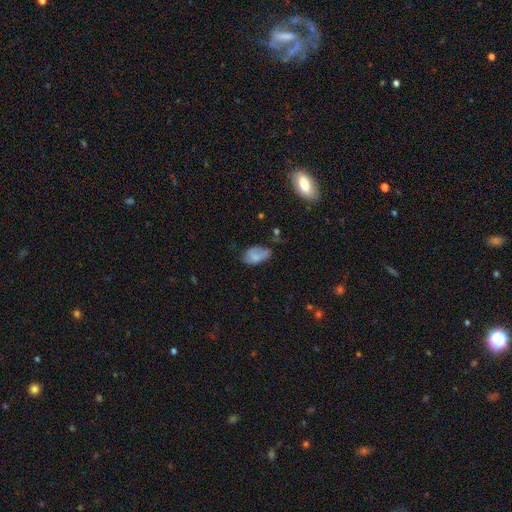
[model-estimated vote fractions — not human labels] The model was most divided on "merging": none: 40%, minor disturbance: 39%, major disturbance: 16%, merger: 5%. More confident: how rounded — in between (92%); smooth or featured — smooth (75%).